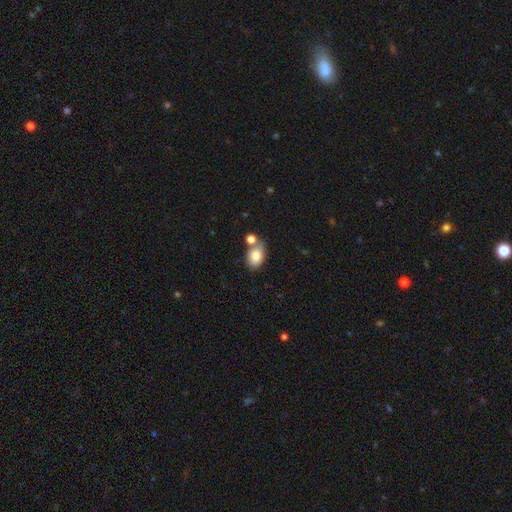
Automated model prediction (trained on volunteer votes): Q: Smooth or featured?
A: smooth (83%); runner-up: featured or disk (9%)
Q: How rounded?
A: in between (81%); runner-up: round (18%)
Q: Merging?
A: none (55%); runner-up: merger (26%)